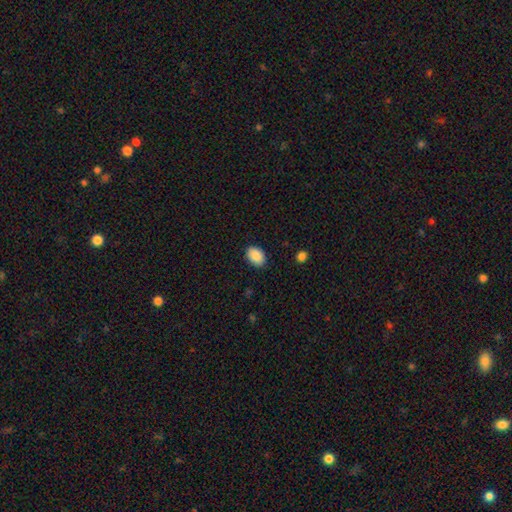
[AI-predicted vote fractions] Smooth or featured: smooth — 89% (star or artifact — 7%)
How rounded: in between — 83% (round — 16%)
Merging: none — 87% (minor disturbance — 9%)